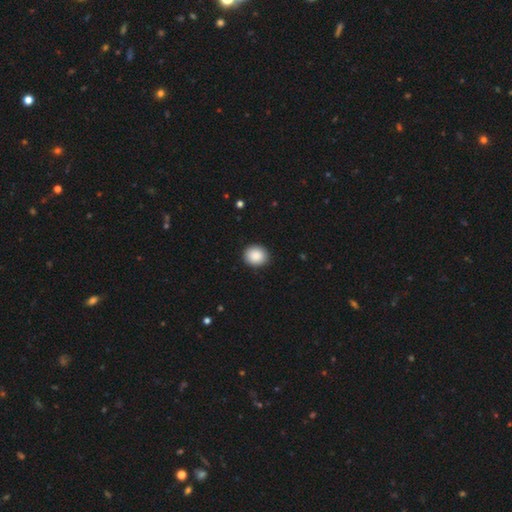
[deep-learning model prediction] This is clearly a smooth galaxy (89%). How rounded: likely round (77%). Merging: clearly none (91%).